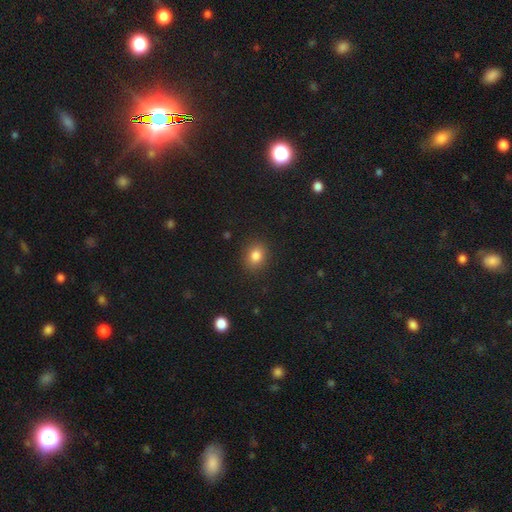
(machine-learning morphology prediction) smooth 83%, star or artifact 11%, featured or disk 6%. Down the decision tree: how rounded — round (57%); merging — none (88%).